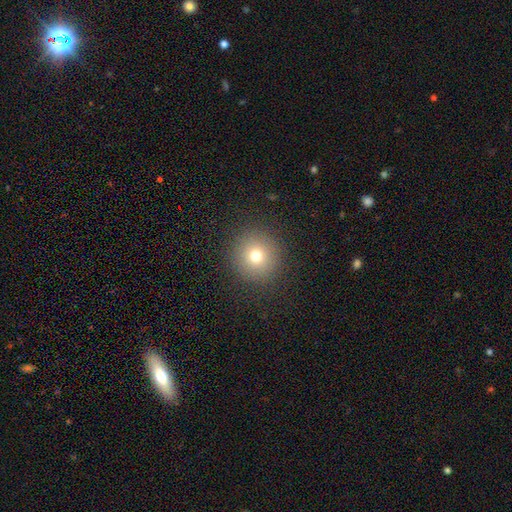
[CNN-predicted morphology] type=smooth (73%); roundness=round (94%); merging=none (90%).